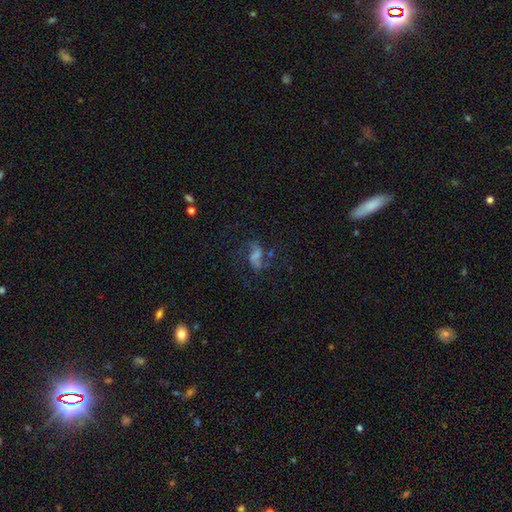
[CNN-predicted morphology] Smooth or featured? Predicted: featured or disk (p=0.57). Edge-on disk? Predicted: no (p=0.95). Bar? Predicted: no (p=0.47). Spiral arms? Predicted: yes (p=0.79). Bulge size? Predicted: none (p=0.38). Merging? Predicted: none (p=0.53).